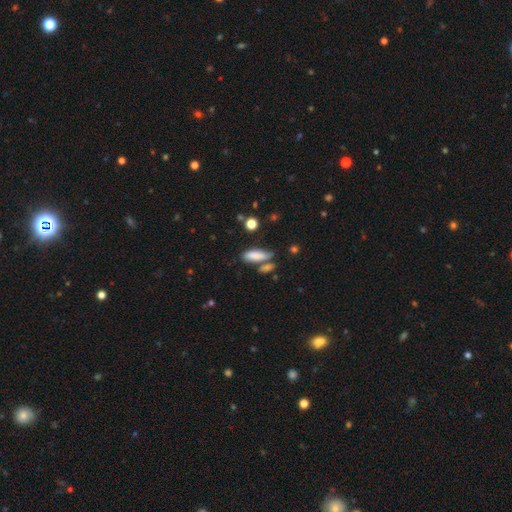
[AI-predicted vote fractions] Smooth or featured: smooth — 82% (featured or disk — 10%)
How rounded: in between — 64% (cigar-shaped — 33%)
Merging: none — 54% (merger — 24%)